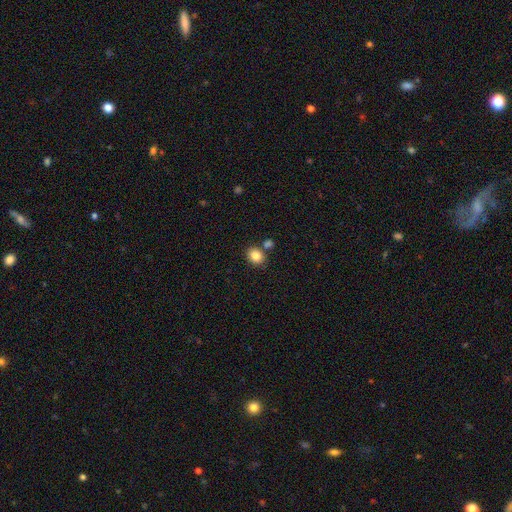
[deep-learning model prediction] Smooth or featured? Predicted: smooth (p=0.84). How rounded? Predicted: round (p=0.64). Merging? Predicted: none (p=0.73).